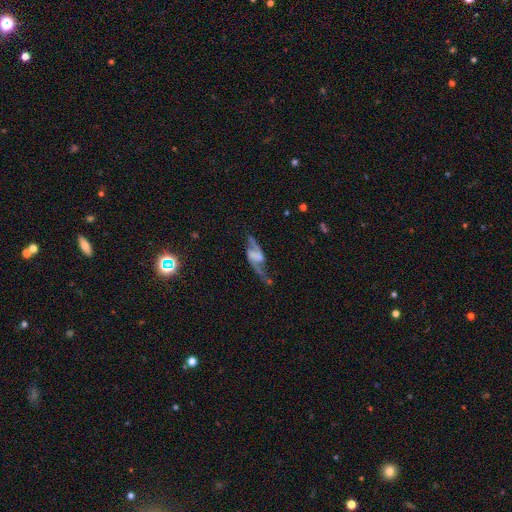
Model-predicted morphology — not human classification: type=featured or disk (81%); edge-on=no (91%); bar=no (38%); spiral arms=yes (90%); winding=loose (75%); arm count=2 (91%); bulge=none (57%); merging=none (52%).